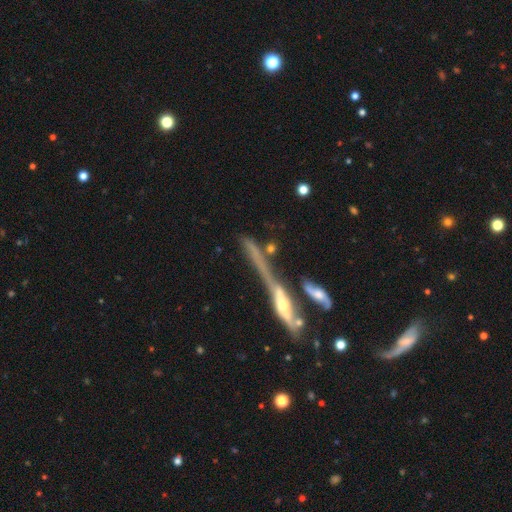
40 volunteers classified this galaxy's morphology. Smooth or featured: featured or disk — 57% (smooth — 35%)
Edge-on disk: yes — 65% (no — 35%)
Edge-on bulge: rounded — 60% (none — 40%)
Merging: merger — 32% (major disturbance — 30%)